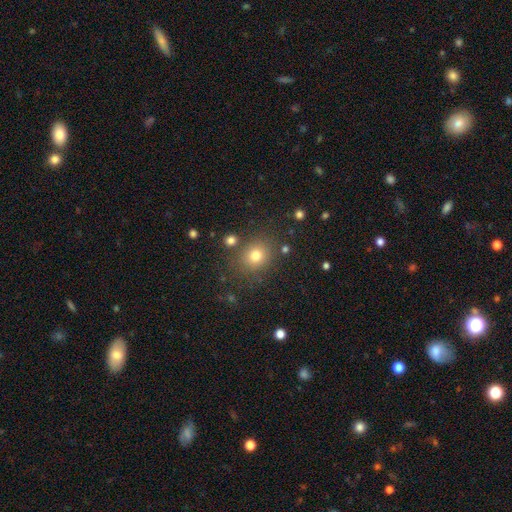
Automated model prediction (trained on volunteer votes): Morphology: type=smooth (77%); roundness=round (74%); merging=none (82%).